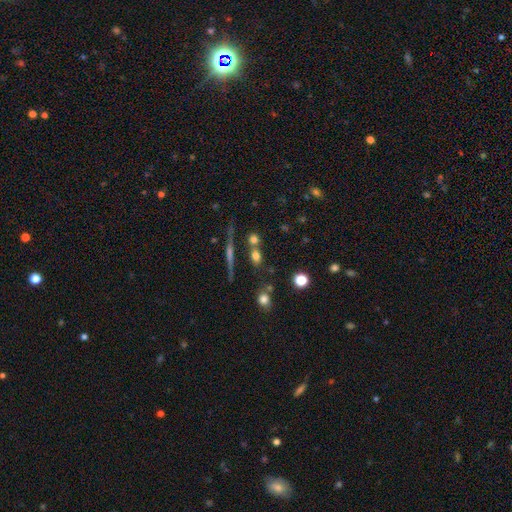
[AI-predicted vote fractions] Smooth or featured?
  - smooth: 66% *
  - star or artifact: 17%
  - featured or disk: 17%
How rounded?
  - round: 58% *
  - in between: 32%
  - cigar-shaped: 9%
Merging?
  - none: 57% *
  - merger: 29%
  - minor disturbance: 10%
  - major disturbance: 5%